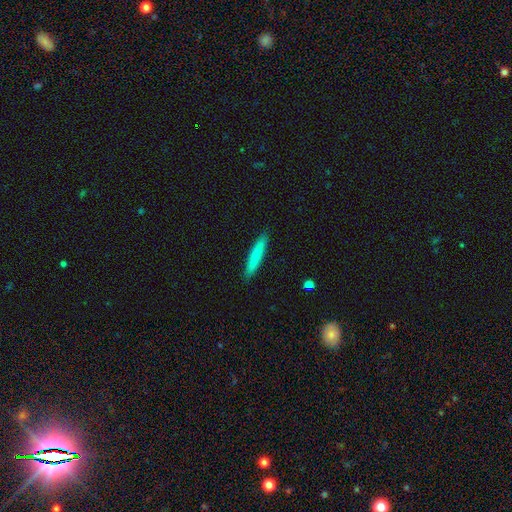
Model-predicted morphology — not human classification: The model was most divided on "smooth or featured": smooth: 77%, featured or disk: 17%, star or artifact: 6%. More confident: how rounded — cigar-shaped (94%); merging — none (90%).